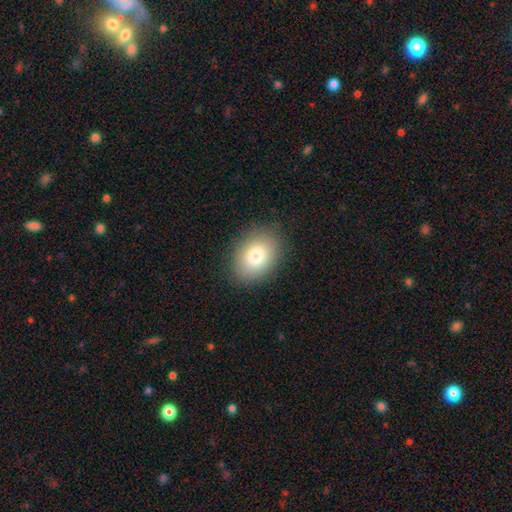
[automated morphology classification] Overall: smooth (80%). How rounded: in between (72%). Merging: none (85%).